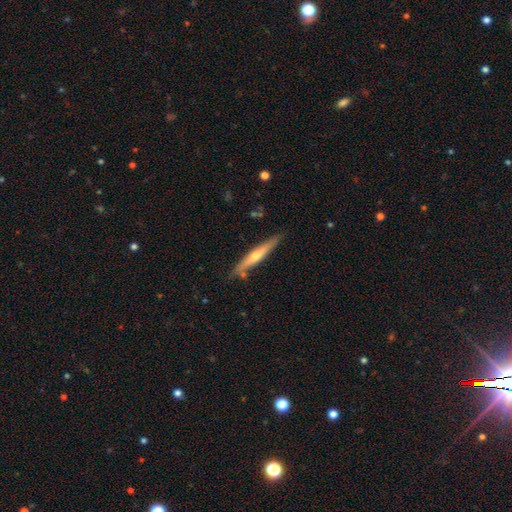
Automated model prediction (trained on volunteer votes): Smooth or featured? Predicted: featured or disk (p=0.62). Edge-on disk? Predicted: yes (p=0.94). Edge-on bulge? Predicted: rounded (p=0.82). Merging? Predicted: none (p=0.83).